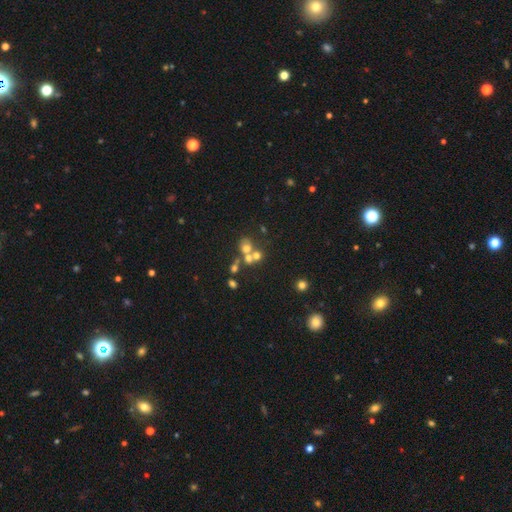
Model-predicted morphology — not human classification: Smooth or featured? smooth (55%)
How rounded? round (78%)
Merging? merger (50%)